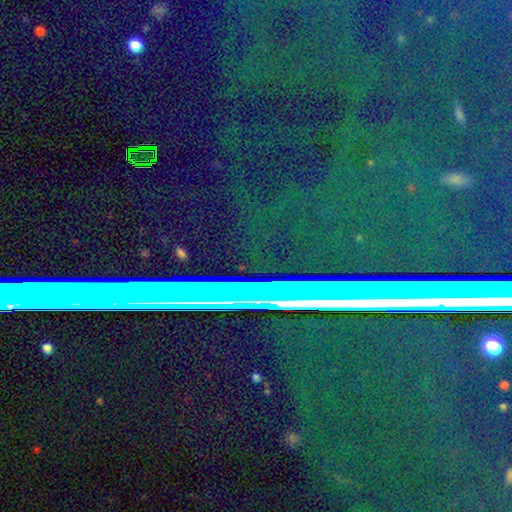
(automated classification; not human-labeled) Smooth or featured?
  - star or artifact: 82% *
  - featured or disk: 10%
  - smooth: 8%